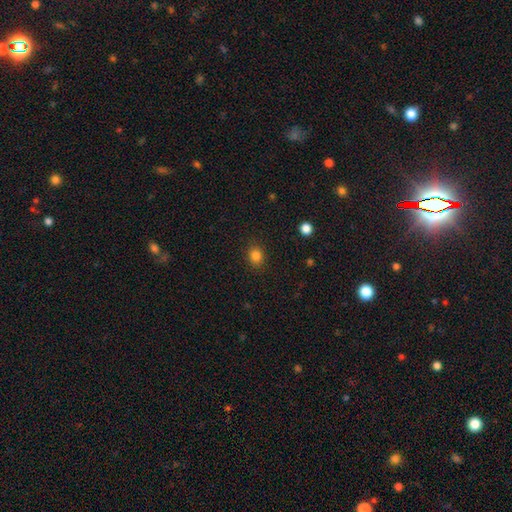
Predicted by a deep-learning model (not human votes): Smooth or featured? Predicted: smooth (p=0.84). How rounded? Predicted: round (p=0.63). Merging? Predicted: none (p=0.88).